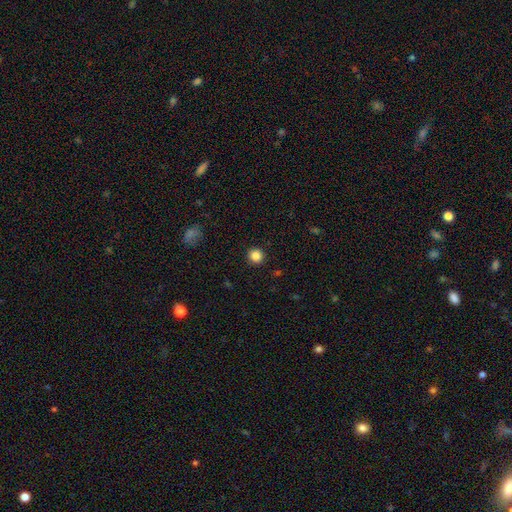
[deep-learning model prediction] Smooth or featured? Predicted: smooth (p=0.85). How rounded? Predicted: round (p=0.94). Merging? Predicted: none (p=0.92).